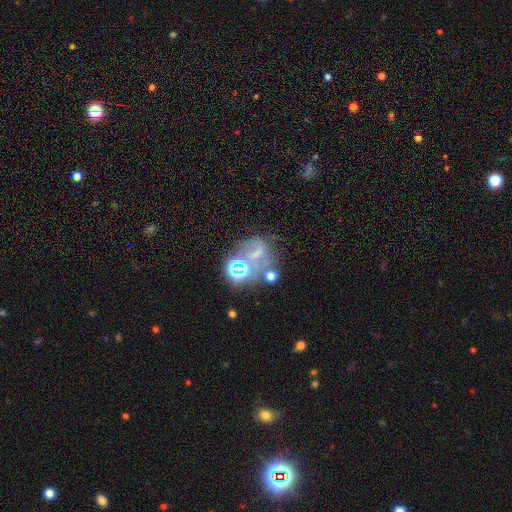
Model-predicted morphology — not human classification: A star or artifact, not a galaxy (41%).

Vote fractions:
- Smooth or featured? star or artifact: 41% / featured or disk: 30% / smooth: 29%